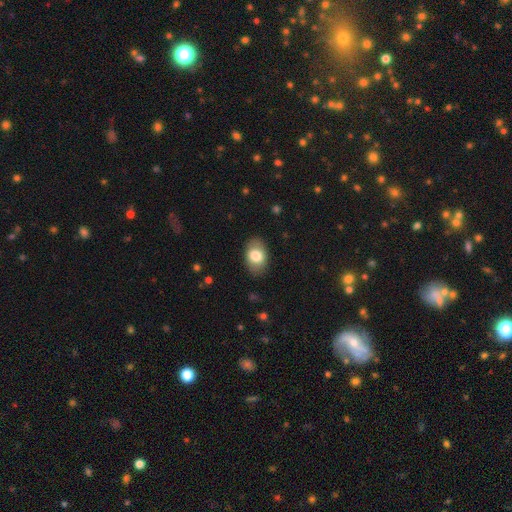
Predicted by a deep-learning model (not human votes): Smooth or featured? smooth (79%)
How rounded? in between (85%)
Merging? none (85%)